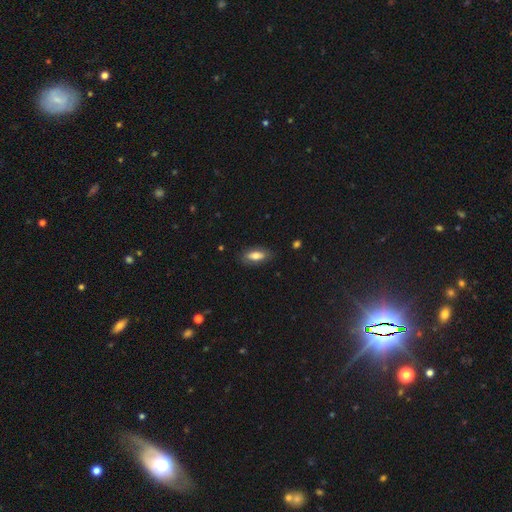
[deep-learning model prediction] Smooth or featured? smooth (76%)
How rounded? in between (81%)
Merging? none (81%)